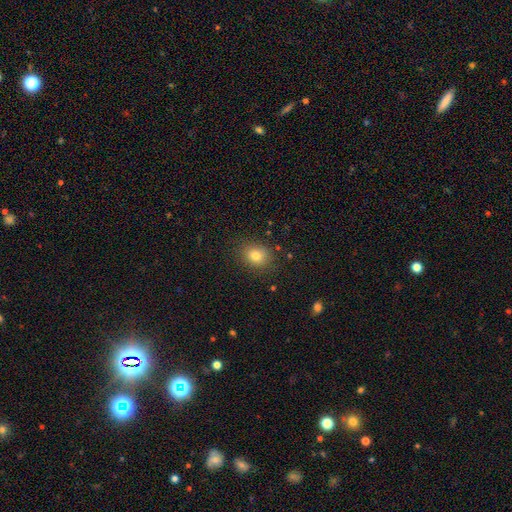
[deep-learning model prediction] Morphology: type=smooth (80%); roundness=round (61%); merging=none (86%).